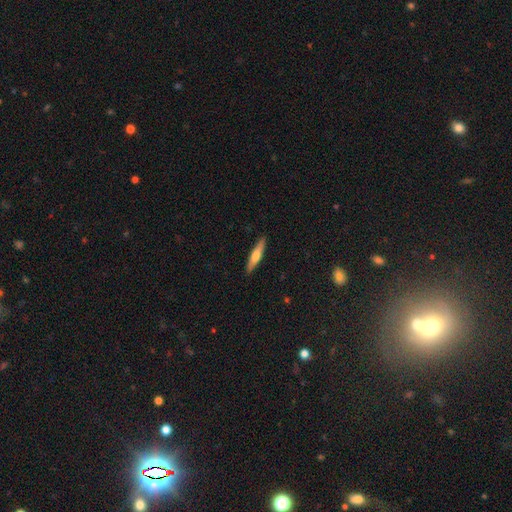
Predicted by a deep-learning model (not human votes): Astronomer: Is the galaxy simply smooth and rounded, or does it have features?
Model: smooth — 52% (runner-up: featured or disk, 42%).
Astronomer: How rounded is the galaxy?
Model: cigar-shaped — 87%.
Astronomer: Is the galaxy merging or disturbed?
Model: none — 91%.